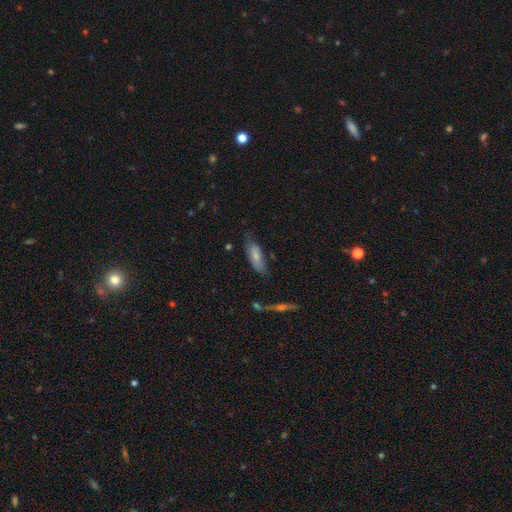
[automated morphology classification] smooth-or-featured: smooth: 73% | featured or disk: 21% | star or artifact: 6%
  how-rounded: in between: 68% | cigar-shaped: 31% | round: 2%
  merging: none: 54% | minor disturbance: 33% | major disturbance: 9% | merger: 3%